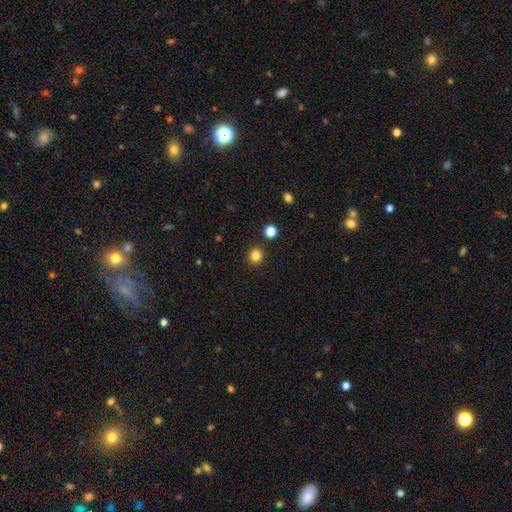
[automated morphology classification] This appears to be a smooth galaxy with no disk features (82%) that is round (90%). Merging: none (90%).